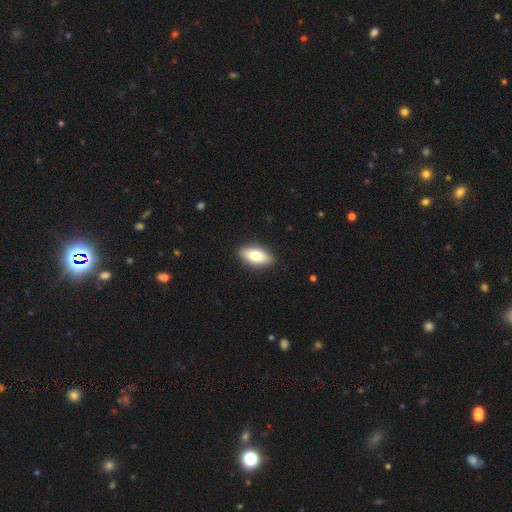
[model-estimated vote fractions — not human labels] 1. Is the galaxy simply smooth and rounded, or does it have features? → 73% smooth, 21% featured or disk, 6% star or artifact.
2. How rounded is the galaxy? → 86% in between, 10% cigar-shaped, 4% round.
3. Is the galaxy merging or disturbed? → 90% none, 8% minor disturbance, 2% major disturbance, 1% merger.